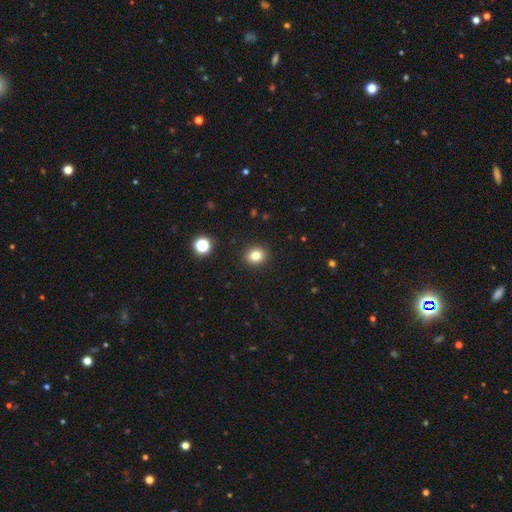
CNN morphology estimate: Smooth or featured? Predicted: smooth (p=0.80). How rounded? Predicted: round (p=0.71). Merging? Predicted: none (p=0.91).